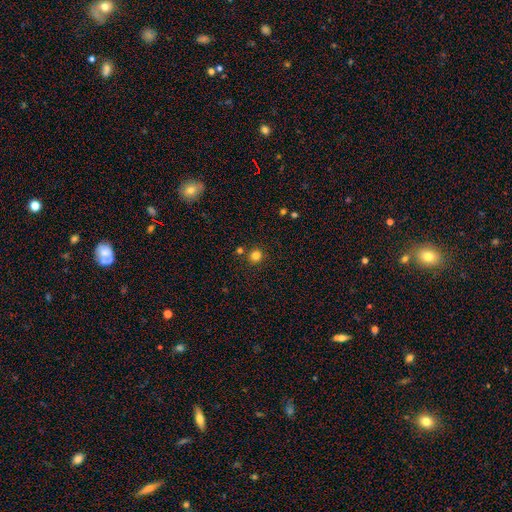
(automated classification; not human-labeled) The model was most divided on "smooth or featured": smooth: 81%, star or artifact: 14%, featured or disk: 5%. More confident: how rounded — round (91%); merging — none (83%).